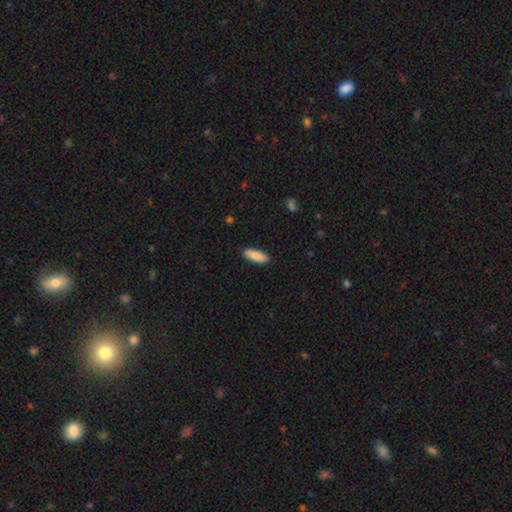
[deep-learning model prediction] Morphology: type=smooth (88%); roundness=in between (62%); merging=none (88%).